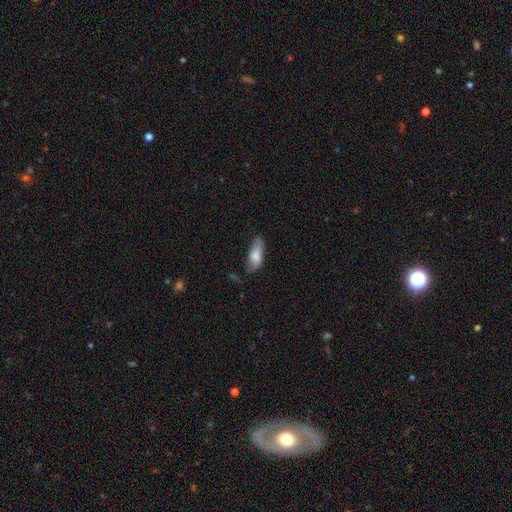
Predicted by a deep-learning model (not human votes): smooth 76%, featured or disk 17%, star or artifact 7%. Down the decision tree: how rounded — in between (73%); merging — none (57%).